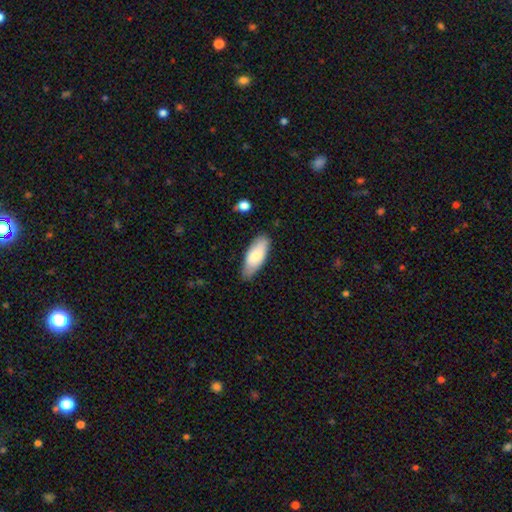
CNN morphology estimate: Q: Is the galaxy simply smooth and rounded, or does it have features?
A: smooth — 77%.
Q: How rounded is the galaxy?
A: in between — 81%.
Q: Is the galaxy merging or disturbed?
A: none — 75%.